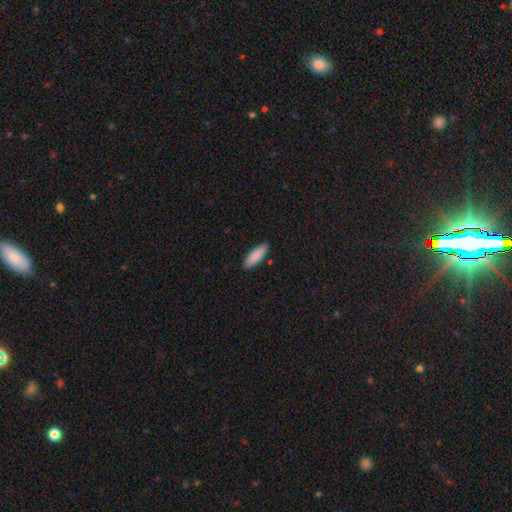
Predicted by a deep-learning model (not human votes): A smooth galaxy with no disk features (89%) that is in between round and cigar-shaped (63%). Merging: none (88%).